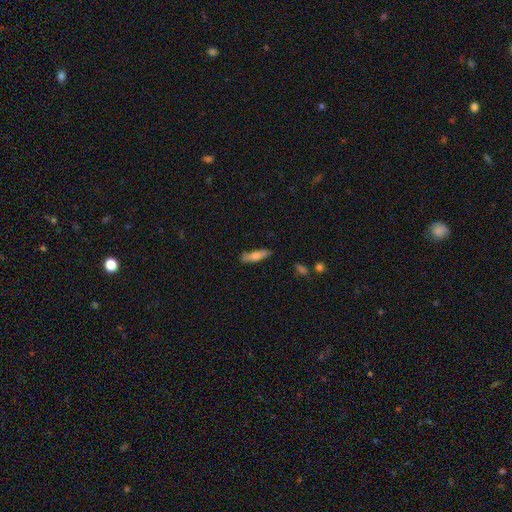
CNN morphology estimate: This is likely a smooth galaxy (65%). How rounded: likely cigar-shaped (73%). Merging: clearly none (82%).